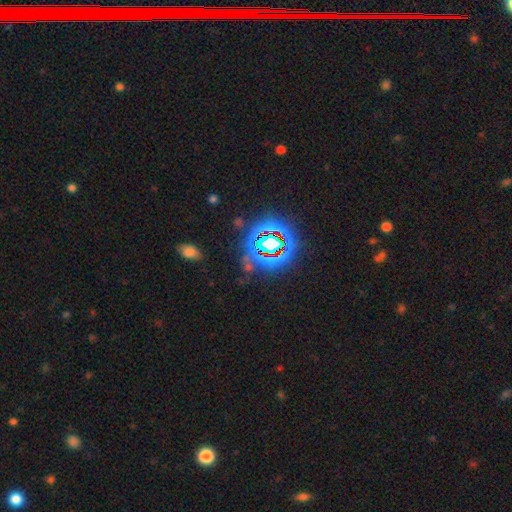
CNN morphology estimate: This is likely a star or artifact rather than a galaxy (71%).